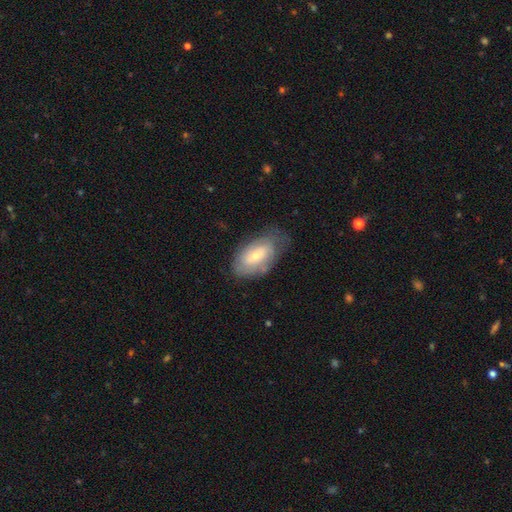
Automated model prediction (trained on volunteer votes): Smooth or featured: featured or disk — 49% (smooth — 44%)
Merging: none — 60% (minor disturbance — 27%)